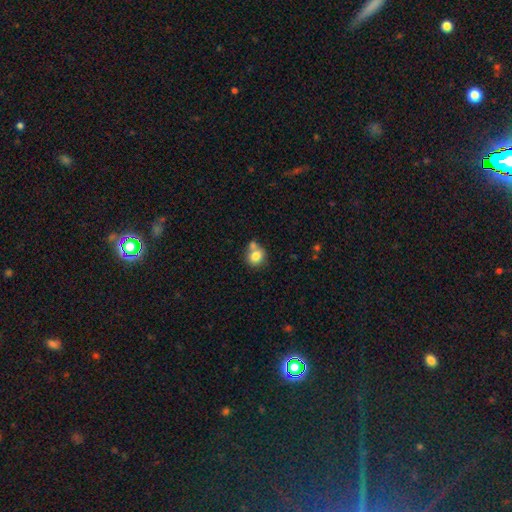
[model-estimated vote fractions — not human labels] smooth-or-featured: smooth: 79% | featured or disk: 12% | star or artifact: 10%
  how-rounded: round: 76% | in between: 23% | cigar-shaped: 1%
  merging: none: 51% | merger: 33% | minor disturbance: 12% | major disturbance: 4%